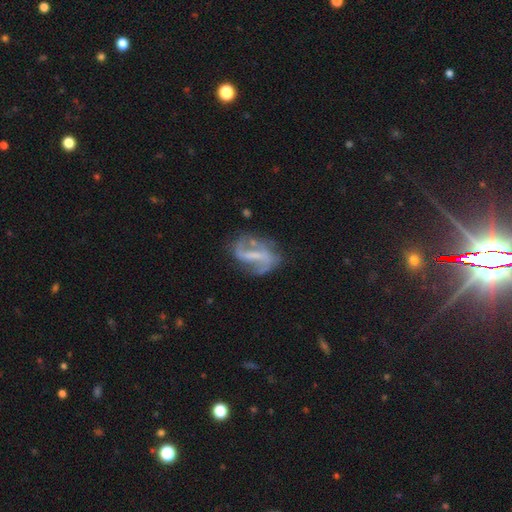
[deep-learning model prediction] This is clearly a featured or disk galaxy (83%). It is clearly not viewed edge-on (97%). Bar: possibly strong (50%). Spiral arm pattern: clearly yes (89%). Spiral arm count: clearly 2 (86%). Spiral winding: possibly loose (52%). Central bulge: marginally none (43%). Merging: likely none (65%).